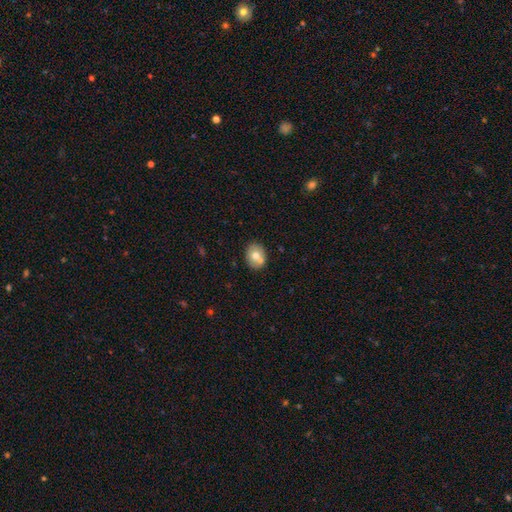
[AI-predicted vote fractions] Morphology: type=smooth (70%); roundness=round (60%); merging=none (68%).